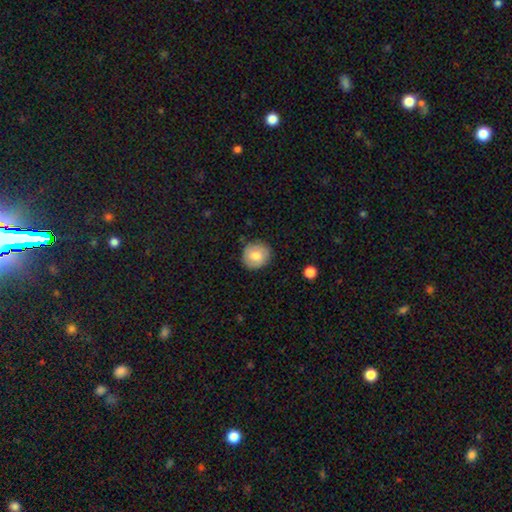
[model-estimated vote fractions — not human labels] Smooth or featured? smooth (79%)
How rounded? round (85%)
Merging? none (85%)